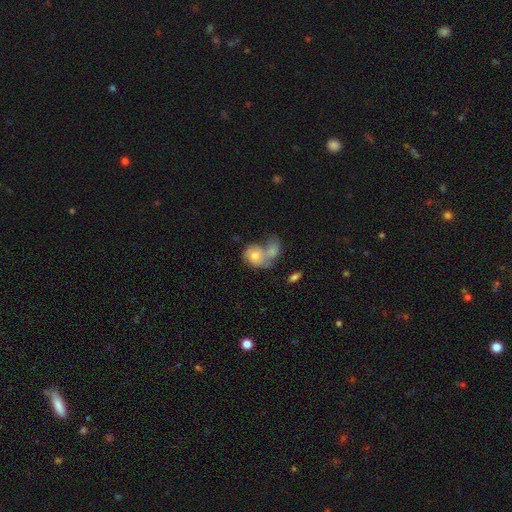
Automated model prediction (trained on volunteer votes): Q: Smooth or featured?
A: smooth (63%); runner-up: featured or disk (29%)
Q: How rounded?
A: round (53%); runner-up: in between (46%)
Q: Merging?
A: merger (62%); runner-up: none (20%)